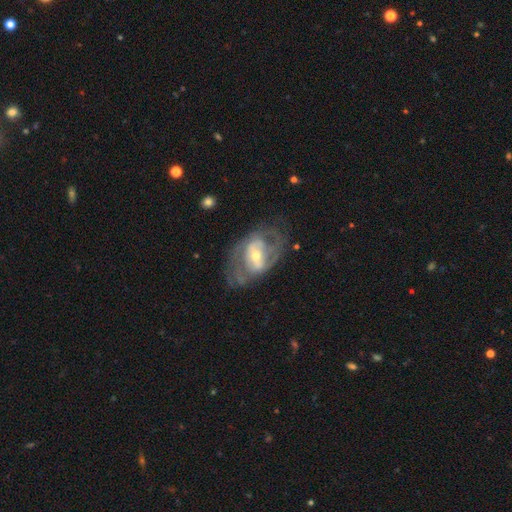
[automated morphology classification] Q: Smooth or featured?
A: featured or disk (82%); runner-up: smooth (12%)
Q: Edge-on disk?
A: no (95%); runner-up: yes (5%)
Q: Bar?
A: weak (39%); runner-up: strong (37%)
Q: Spiral arms?
A: yes (77%); runner-up: no (23%)
Q: Spiral winding?
A: medium (44%); runner-up: tight (36%)
Q: Spiral arm count?
A: 2 (54%); runner-up: can't tell (29%)
Q: Bulge size?
A: small (47%); runner-up: moderate (46%)
Q: Merging?
A: none (59%); runner-up: major disturbance (19%)